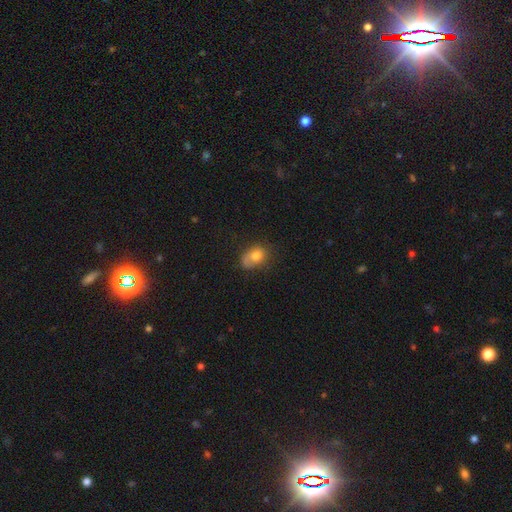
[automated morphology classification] Q: Smooth or featured?
A: smooth (73%); runner-up: featured or disk (17%)
Q: How rounded?
A: in between (67%); runner-up: round (32%)
Q: Merging?
A: none (45%); runner-up: minor disturbance (33%)